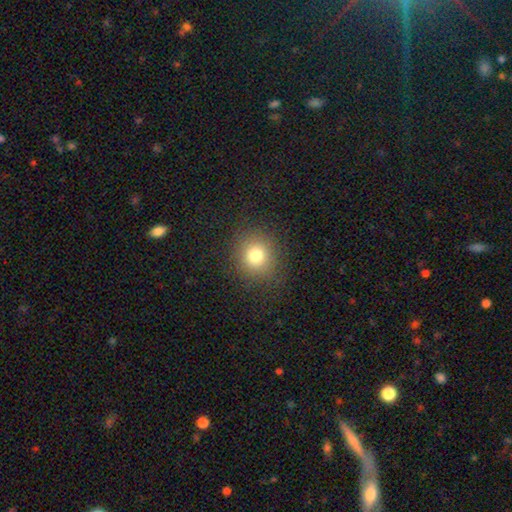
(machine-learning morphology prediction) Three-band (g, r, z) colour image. It shows a smooth galaxy with no disk features (77%) that is round (87%). Merging: none (88%).